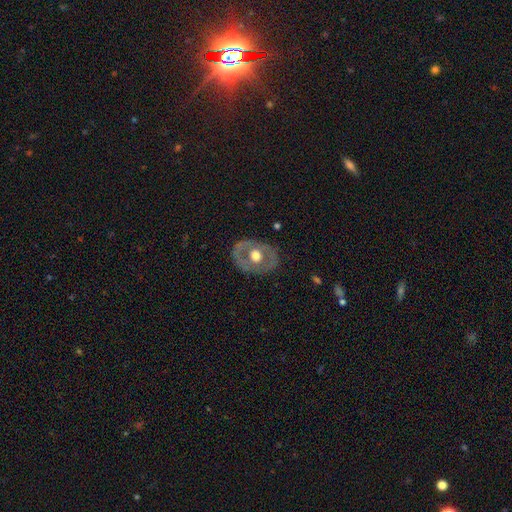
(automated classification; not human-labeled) A featured or disk galaxy (57%) with no bar (87%), no spiral arms (86%) and a moderate central bulge (54%). Merging: none (77%).